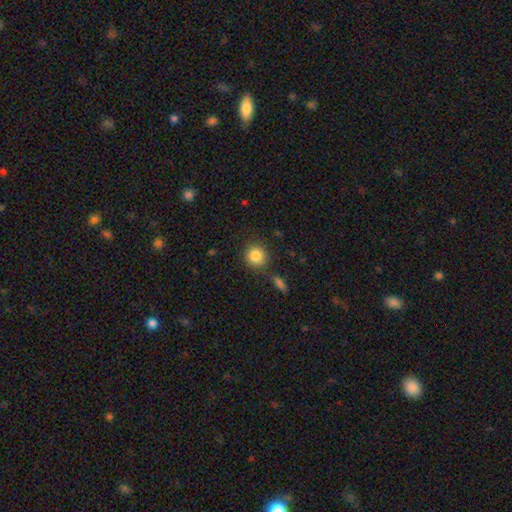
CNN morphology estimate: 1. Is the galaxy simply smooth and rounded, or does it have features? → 86% smooth, 9% star or artifact, 5% featured or disk.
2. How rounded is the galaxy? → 90% round, 9% in between, 1% cigar-shaped.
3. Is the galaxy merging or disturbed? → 84% none, 9% minor disturbance, 4% merger, 3% major disturbance.